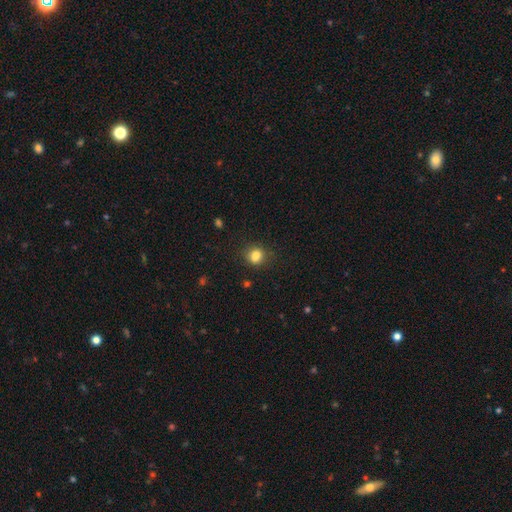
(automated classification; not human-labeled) A smooth galaxy with no disk features (82%) that is round (70%). Merging: none (75%).